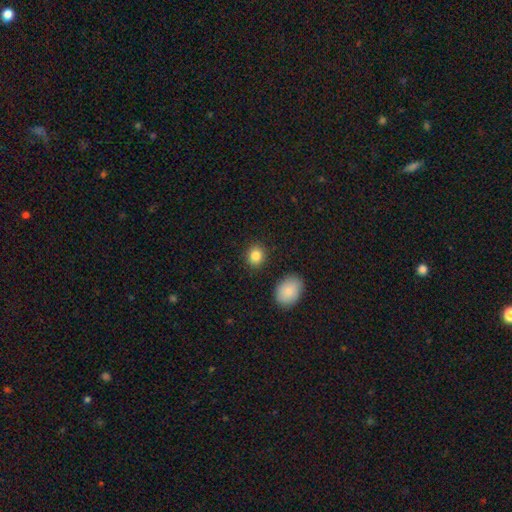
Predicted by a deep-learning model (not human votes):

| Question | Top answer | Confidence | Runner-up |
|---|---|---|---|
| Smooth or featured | smooth | 86% | star or artifact (9%) |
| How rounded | round | 69% | in between (30%) |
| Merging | none | 87% | minor disturbance (7%) |